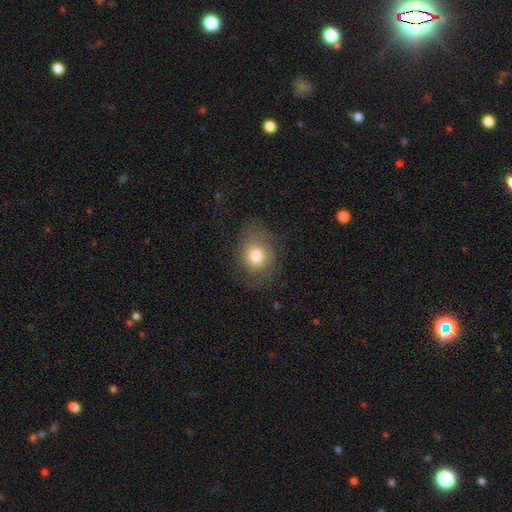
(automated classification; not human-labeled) Smooth or featured?
  - smooth: 69% *
  - featured or disk: 22%
  - star or artifact: 10%
How rounded?
  - round: 66% *
  - in between: 33%
  - cigar-shaped: 1%
Merging?
  - none: 67% *
  - minor disturbance: 19%
  - major disturbance: 13%
  - merger: 1%